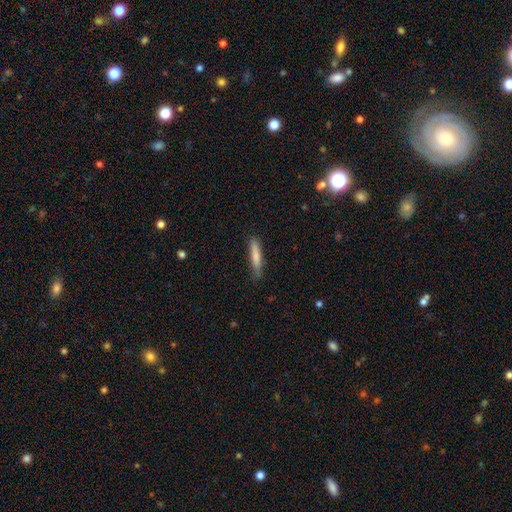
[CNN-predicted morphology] Overall: smooth (80%). How rounded: cigar-shaped (88%). Merging: none (80%).